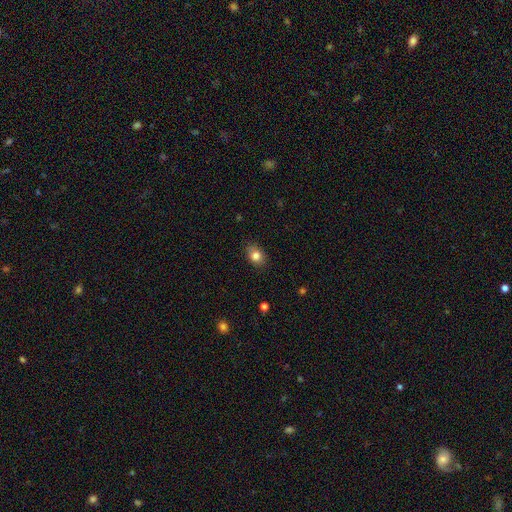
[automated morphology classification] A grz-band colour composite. It shows a smooth galaxy with no disk features (83%) that is in between round and cigar-shaped (65%). Merging: none (83%).